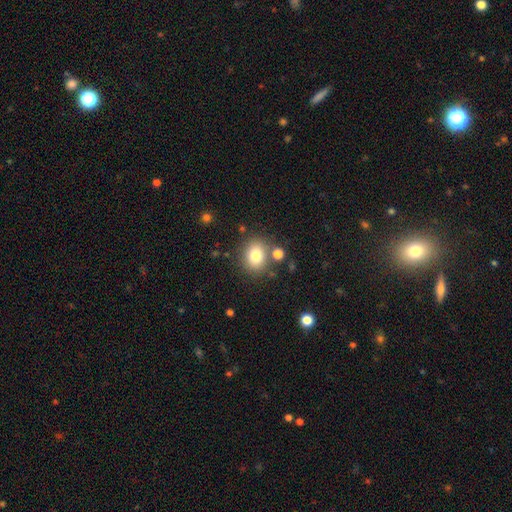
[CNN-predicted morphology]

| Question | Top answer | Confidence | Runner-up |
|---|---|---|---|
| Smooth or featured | smooth | 79% | star or artifact (11%) |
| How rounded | round | 60% | in between (40%) |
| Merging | none | 76% | minor disturbance (11%) |